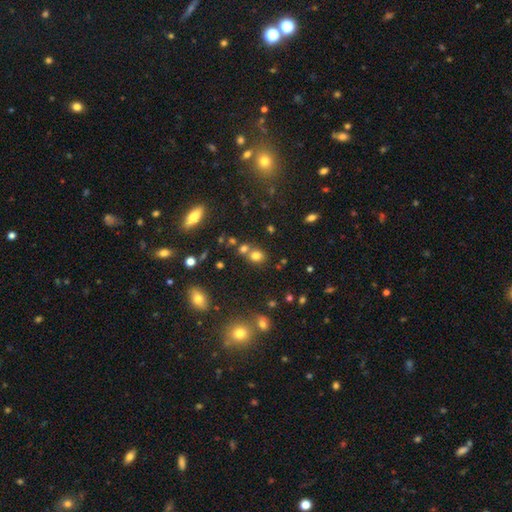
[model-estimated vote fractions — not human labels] smooth 72%, star or artifact 19%, featured or disk 10%. Down the decision tree: how rounded — round (65%); merging — none (55%).